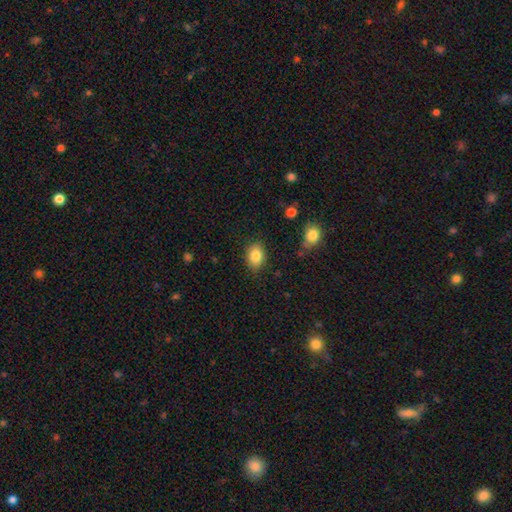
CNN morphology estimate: smooth 84%, star or artifact 8%, featured or disk 7%. Down the decision tree: how rounded — in between (76%); merging — none (84%).